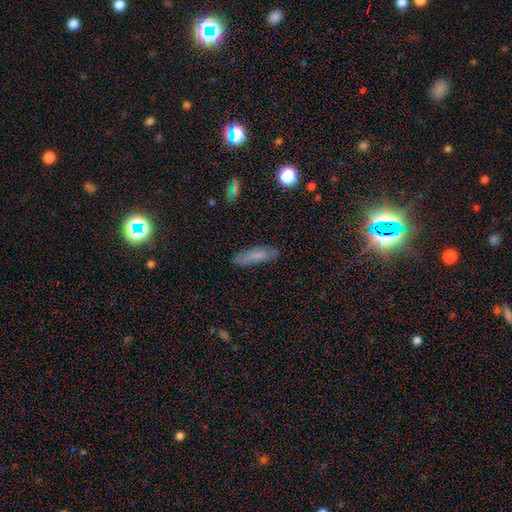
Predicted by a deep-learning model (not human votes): smooth_or_featured: smooth (p=0.60) [alt: featured or disk p=0.26]
how_rounded: cigar-shaped (p=0.53) [alt: in between p=0.44]
merging: none (p=0.72) [alt: minor disturbance p=0.20]